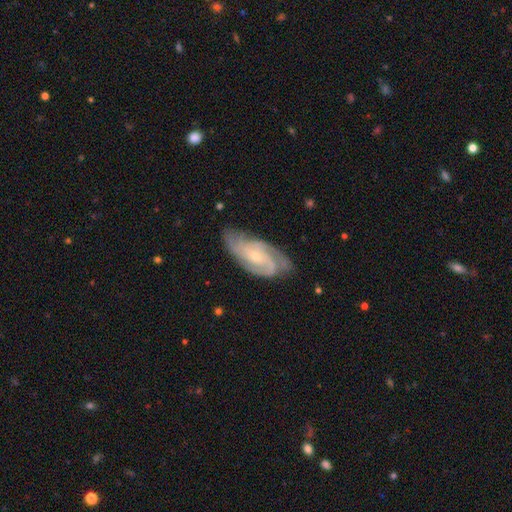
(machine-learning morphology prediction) Smooth or featured? featured or disk (86%)
Edge-on disk? no (95%)
Bar? no (62%)
Spiral arms? yes (97%)
Spiral winding? tight (53%)
Spiral arm count? 3 (38%)
Bulge size? small (68%)
Merging? none (71%)